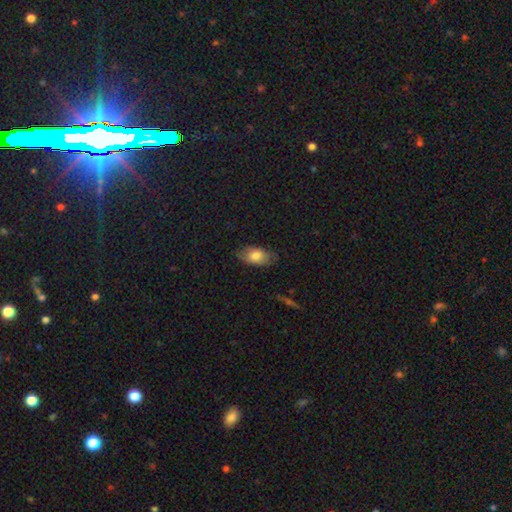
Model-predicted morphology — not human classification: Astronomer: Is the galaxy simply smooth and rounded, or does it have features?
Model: smooth — 78%.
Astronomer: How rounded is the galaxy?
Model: in between — 91%.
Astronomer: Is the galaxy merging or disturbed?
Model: none — 79%.